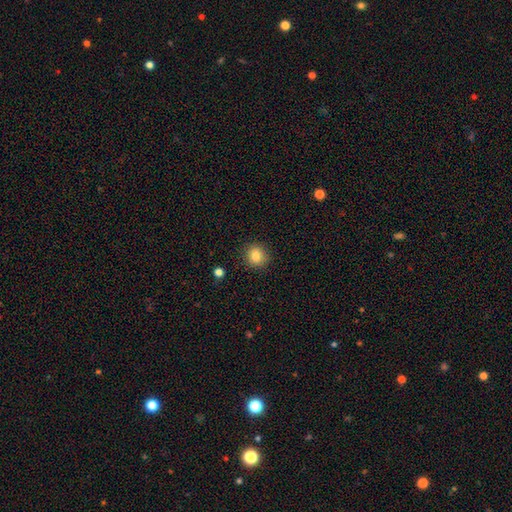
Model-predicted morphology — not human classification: smooth-or-featured: smooth: 84% | star or artifact: 10% | featured or disk: 6%
  how-rounded: round: 85% | in between: 14% | cigar-shaped: 1%
  merging: none: 89% | minor disturbance: 8% | major disturbance: 2% | merger: 1%